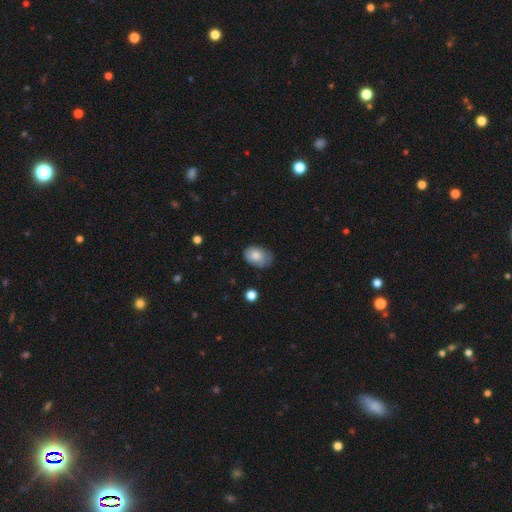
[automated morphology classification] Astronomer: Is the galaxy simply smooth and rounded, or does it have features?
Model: smooth — 75%.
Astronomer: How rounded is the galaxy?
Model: in between — 79%.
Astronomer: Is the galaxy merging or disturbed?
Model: none — 58%.